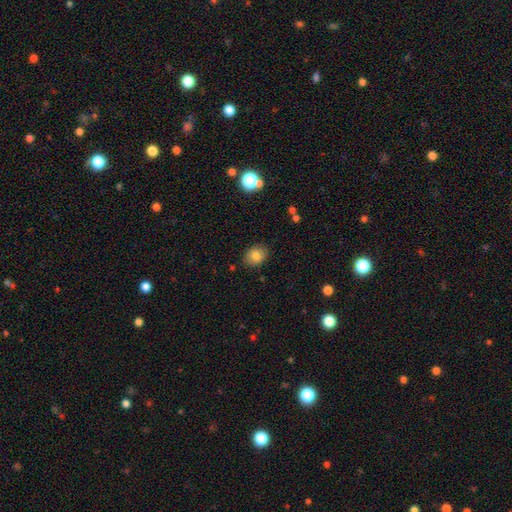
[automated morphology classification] This is likely a smooth galaxy (79%). How rounded: possibly in between (55%). Merging: clearly none (85%).